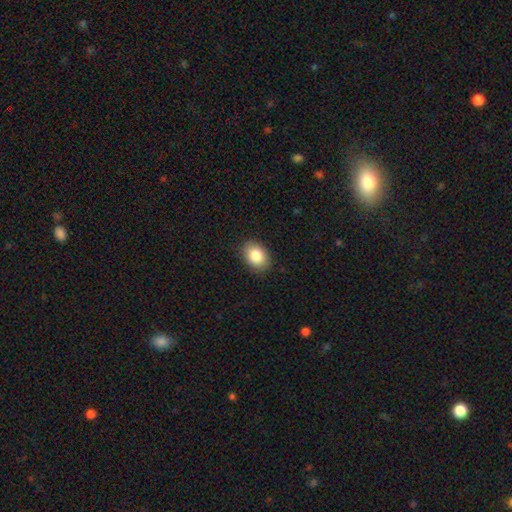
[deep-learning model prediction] Smooth or featured?
  - smooth: 85% *
  - star or artifact: 8%
  - featured or disk: 7%
How rounded?
  - in between: 71% *
  - round: 28%
  - cigar-shaped: 1%
Merging?
  - none: 87% *
  - minor disturbance: 9%
  - major disturbance: 2%
  - merger: 1%